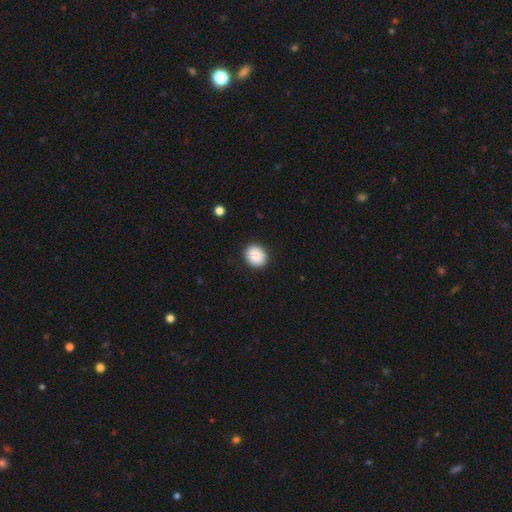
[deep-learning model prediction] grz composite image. It shows a smooth galaxy with no disk features (89%) that is round (69%). Merging: none (91%).